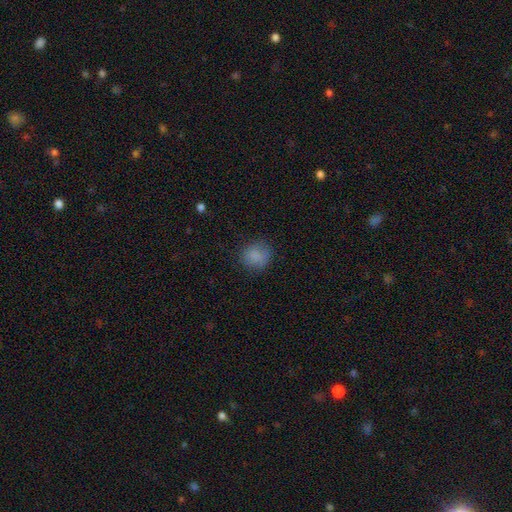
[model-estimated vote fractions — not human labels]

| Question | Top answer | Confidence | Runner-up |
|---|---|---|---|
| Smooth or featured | smooth | 84% | star or artifact (10%) |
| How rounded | round | 83% | in between (16%) |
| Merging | none | 80% | minor disturbance (14%) |